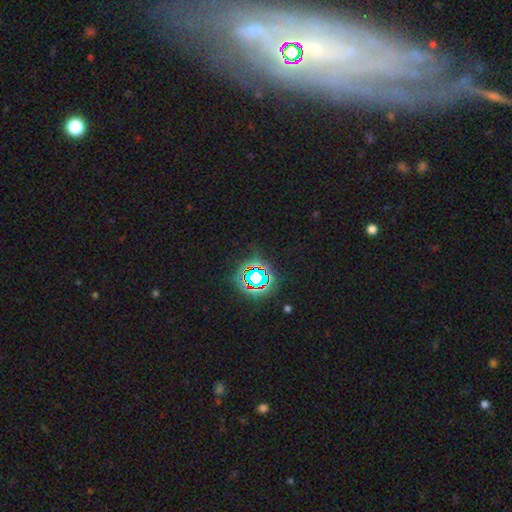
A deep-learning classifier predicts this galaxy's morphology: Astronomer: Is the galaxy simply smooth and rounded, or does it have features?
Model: star or artifact — 80%.